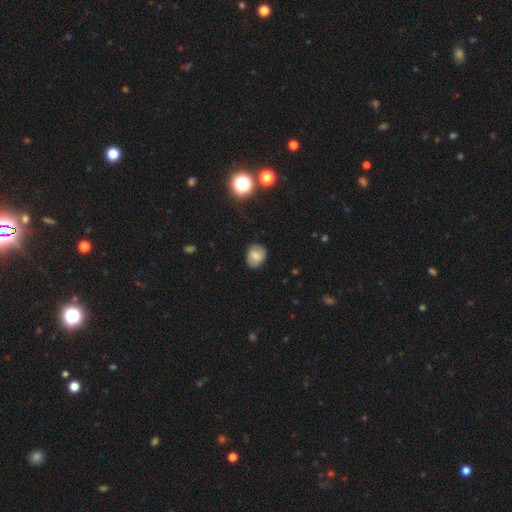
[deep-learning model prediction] The model was most divided on "how rounded": round: 53%, in between: 46%, cigar-shaped: 1%. More confident: merging — none (83%); smooth or featured — smooth (77%).